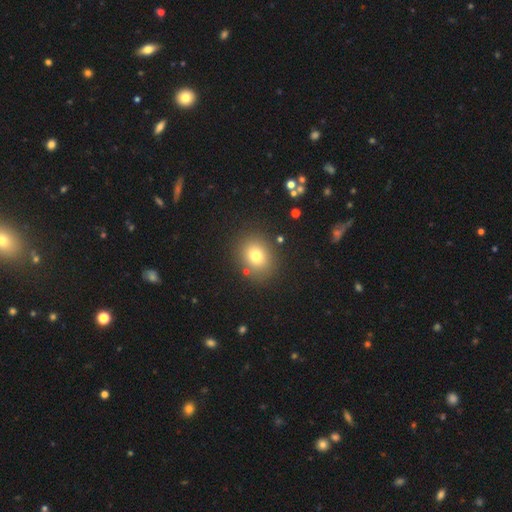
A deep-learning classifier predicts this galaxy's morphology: smooth_or_featured: smooth (p=0.76) [alt: star or artifact p=0.14]
how_rounded: round (p=0.62) [alt: in between p=0.37]
merging: none (p=0.86) [alt: minor disturbance p=0.08]